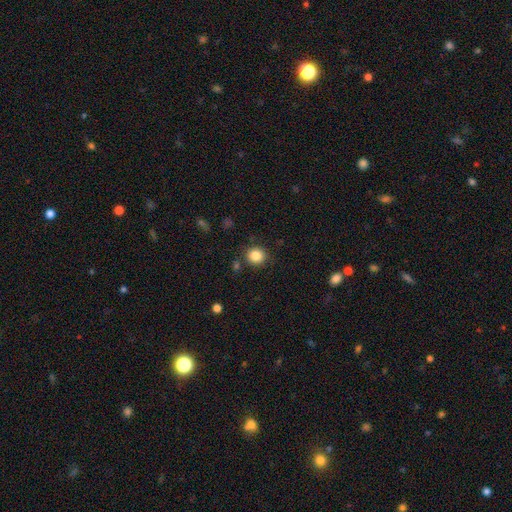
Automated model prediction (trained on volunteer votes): smooth 85%, star or artifact 10%, featured or disk 5%. Down the decision tree: how rounded — round (87%); merging — none (86%).